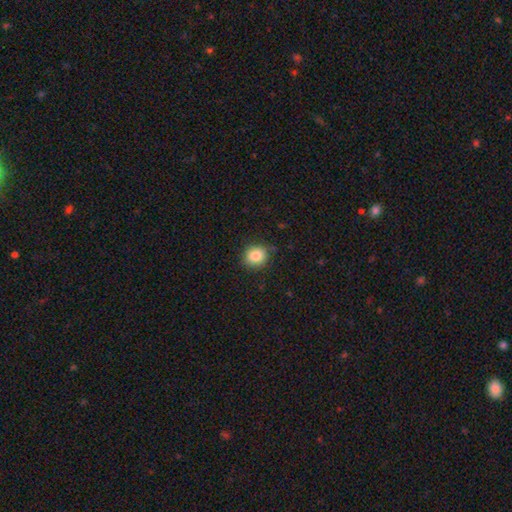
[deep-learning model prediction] This is clearly a smooth galaxy (85%). How rounded: likely round (79%). Merging: clearly none (86%).